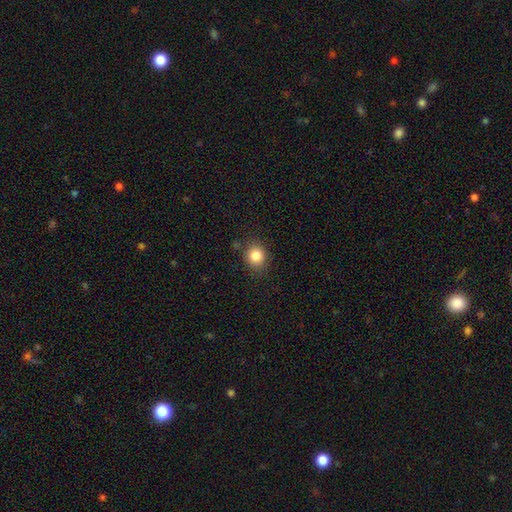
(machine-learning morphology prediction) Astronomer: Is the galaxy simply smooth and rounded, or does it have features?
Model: smooth — 84%.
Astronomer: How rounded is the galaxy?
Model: round — 79%.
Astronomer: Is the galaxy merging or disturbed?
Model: none — 83%.